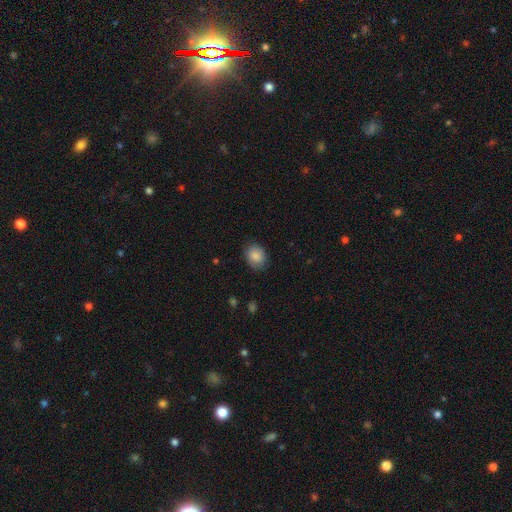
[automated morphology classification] Smooth or featured? smooth (87%)
How rounded? in between (52%)
Merging? none (83%)